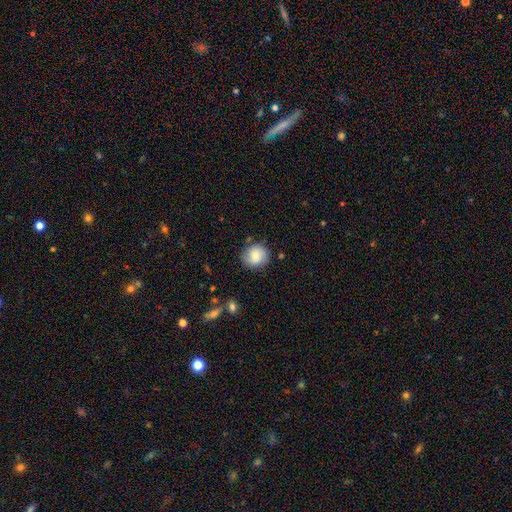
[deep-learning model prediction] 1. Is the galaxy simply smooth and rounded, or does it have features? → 79% smooth, 13% featured or disk, 8% star or artifact.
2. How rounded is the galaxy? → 86% round, 13% in between, 1% cigar-shaped.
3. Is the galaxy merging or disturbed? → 79% none, 15% minor disturbance, 4% major disturbance, 3% merger.